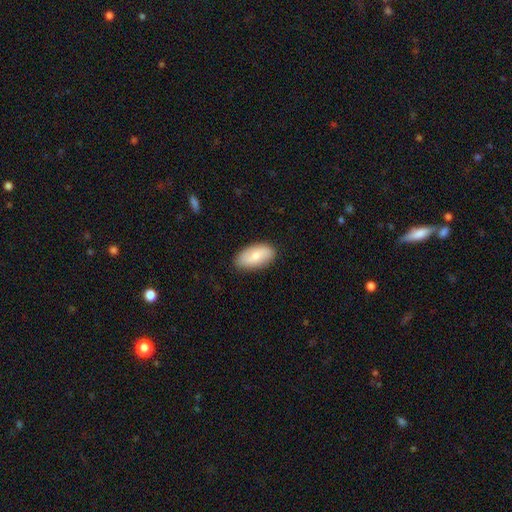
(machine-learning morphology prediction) The model was most divided on "smooth or featured": smooth: 74%, featured or disk: 20%, star or artifact: 6%. More confident: how rounded — in between (94%); merging — none (86%).